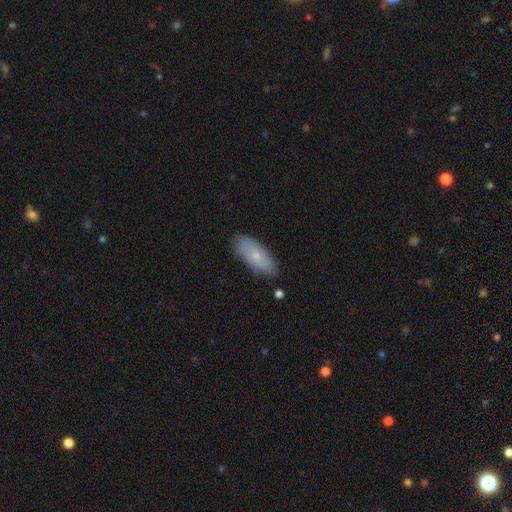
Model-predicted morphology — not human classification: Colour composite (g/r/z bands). It shows a smooth galaxy with no disk features (62%) that is in between round and cigar-shaped (80%). Merging: none (78%).